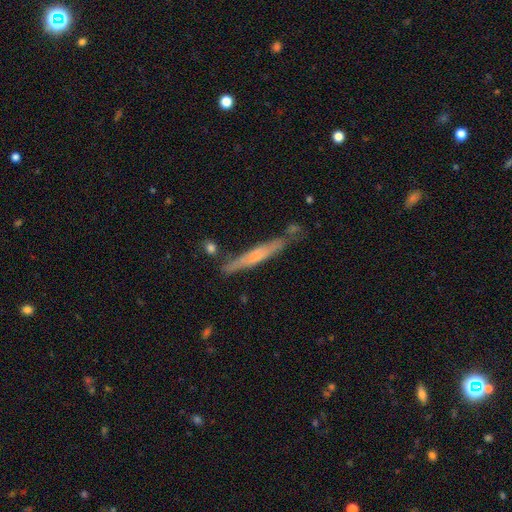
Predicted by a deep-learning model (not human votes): This is possibly a featured or disk galaxy (55%). It is clearly viewed edge-on (90%). Merging: likely none (73%).